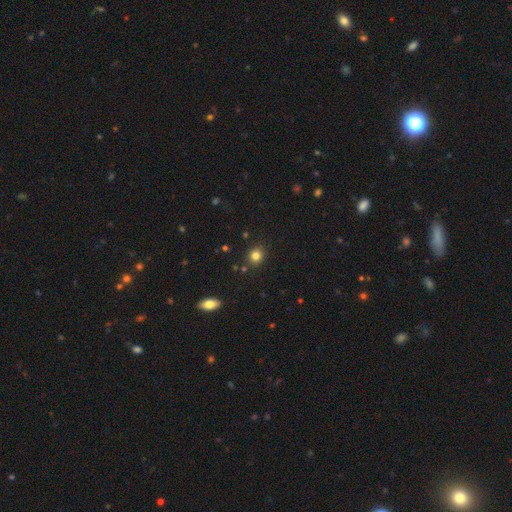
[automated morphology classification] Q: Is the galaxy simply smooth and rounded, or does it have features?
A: smooth — 81%.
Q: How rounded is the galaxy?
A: round — 80%.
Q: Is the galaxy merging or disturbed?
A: none — 87%.